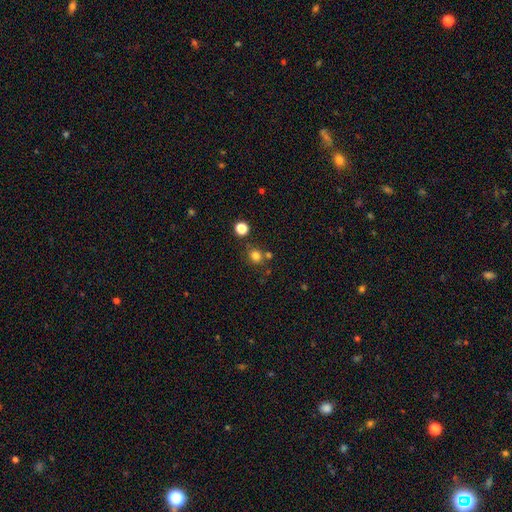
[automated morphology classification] smooth-or-featured: smooth: 79% | star or artifact: 15% | featured or disk: 6%
  how-rounded: round: 85% | in between: 15% | cigar-shaped: 1%
  merging: none: 72% | merger: 14% | minor disturbance: 10% | major disturbance: 4%